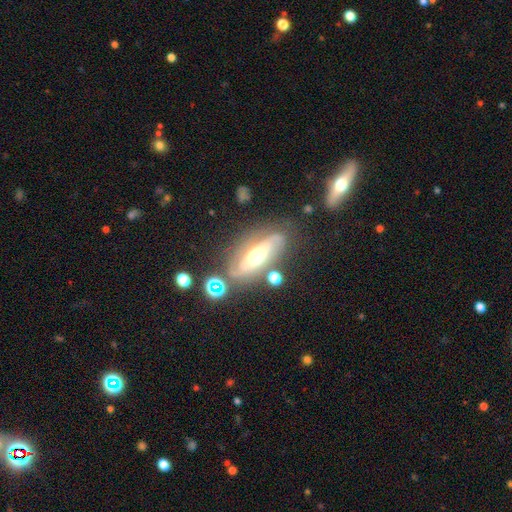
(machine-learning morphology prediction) Q: Smooth or featured?
A: featured or disk (73%); runner-up: smooth (19%)
Q: Edge-on disk?
A: no (71%); runner-up: yes (29%)
Q: Bar?
A: no (38%); runner-up: strong (34%)
Q: Spiral arms?
A: yes (77%); runner-up: no (23%)
Q: Bulge size?
A: moderate (62%); runner-up: large (21%)
Q: Merging?
A: none (64%); runner-up: minor disturbance (19%)